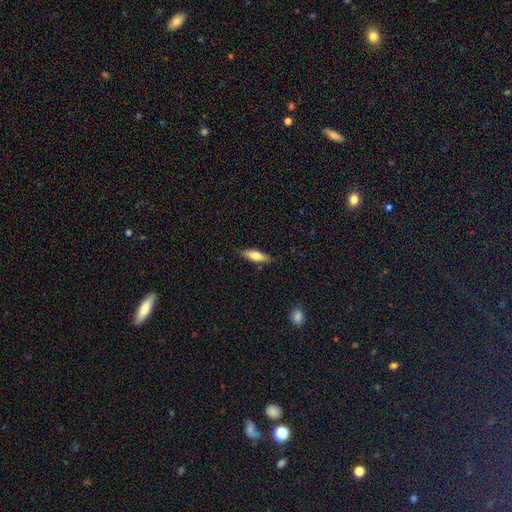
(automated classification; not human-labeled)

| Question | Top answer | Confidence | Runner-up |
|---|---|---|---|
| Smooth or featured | smooth | 64% | featured or disk (30%) |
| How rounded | cigar-shaped | 52% | in between (45%) |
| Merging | none | 85% | minor disturbance (11%) |